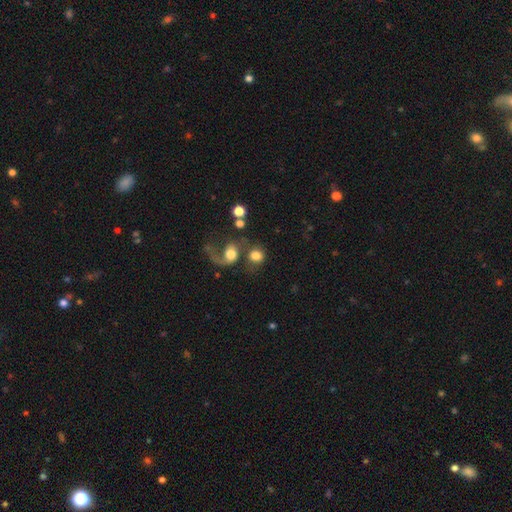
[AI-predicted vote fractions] A smooth galaxy with no disk features (68%) that is round (73%).

Vote fractions:
- Smooth or featured? smooth: 68% / featured or disk: 23% / star or artifact: 10%
- How rounded? round: 73% / in between: 25% / cigar-shaped: 1%
- Merging? merger: 40% / none: 31% / major disturbance: 19% / minor disturbance: 10%